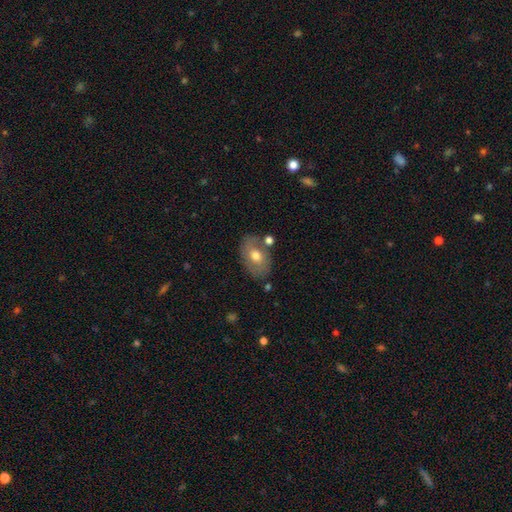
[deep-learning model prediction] This is possibly a smooth galaxy (55%). How rounded: clearly in between (80%). Merging: likely none (73%).